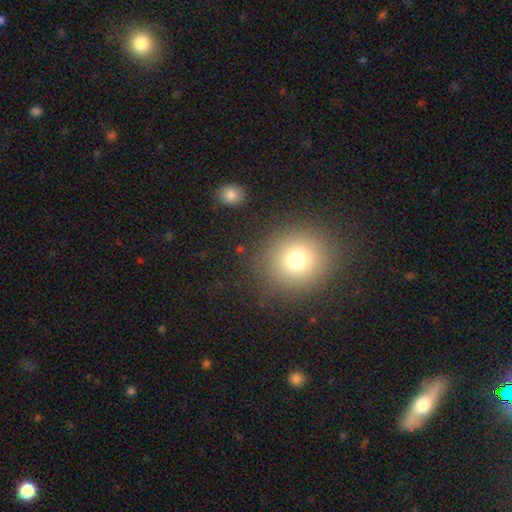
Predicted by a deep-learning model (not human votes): Q: Smooth or featured?
A: smooth (69%); runner-up: star or artifact (22%)
Q: How rounded?
A: round (89%); runner-up: in between (10%)
Q: Merging?
A: none (91%); runner-up: minor disturbance (5%)